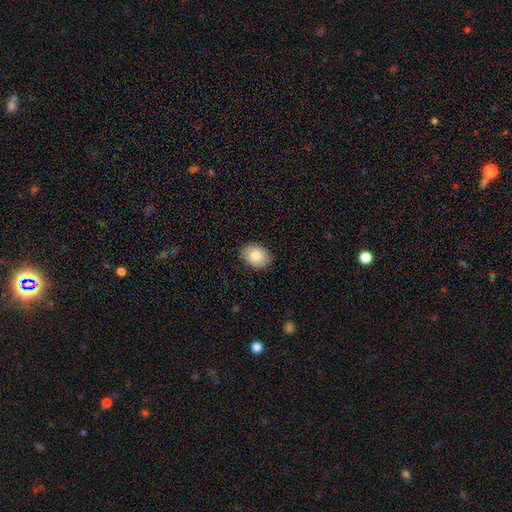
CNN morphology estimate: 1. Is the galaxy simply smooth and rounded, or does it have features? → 84% smooth, 9% featured or disk, 7% star or artifact.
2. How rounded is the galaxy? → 66% in between, 33% round, 1% cigar-shaped.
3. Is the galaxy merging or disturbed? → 88% none, 9% minor disturbance, 2% major disturbance, 1% merger.